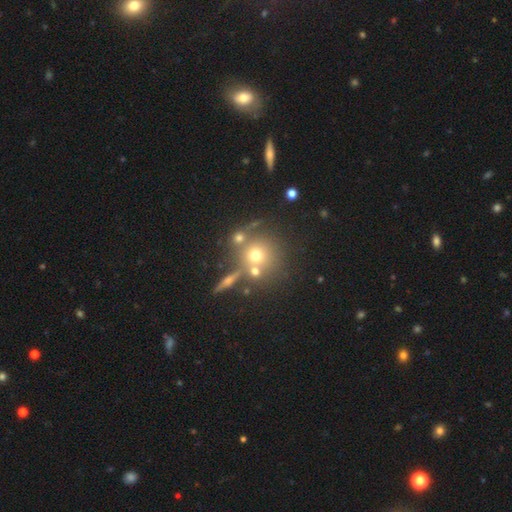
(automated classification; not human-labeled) Smooth or featured: smooth — 61% (featured or disk — 21%)
How rounded: round — 91% (in between — 8%)
Merging: none — 62% (merger — 23%)